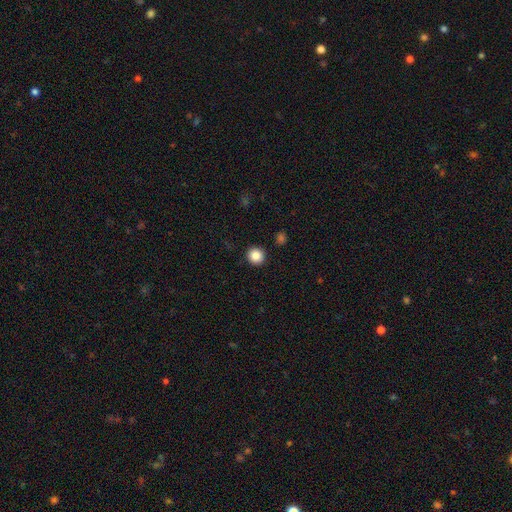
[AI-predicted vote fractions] Smooth or featured?
  - smooth: 86% *
  - star or artifact: 10%
  - featured or disk: 4%
How rounded?
  - round: 93% *
  - in between: 6%
  - cigar-shaped: 1%
Merging?
  - none: 92% *
  - minor disturbance: 5%
  - major disturbance: 2%
  - merger: 1%